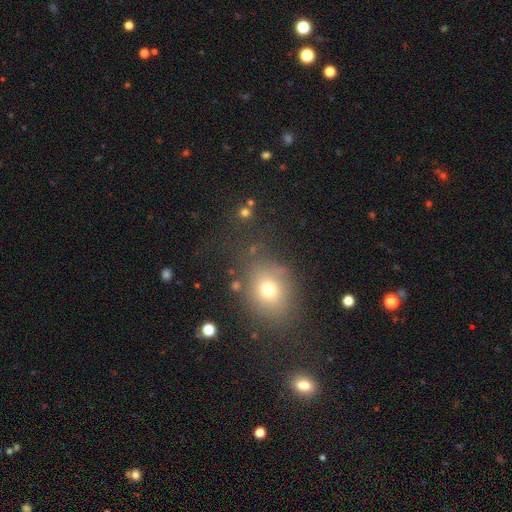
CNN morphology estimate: Smooth or featured: smooth — 56% (star or artifact — 31%)
How rounded: round — 56% (in between — 43%)
Merging: none — 78% (minor disturbance — 12%)